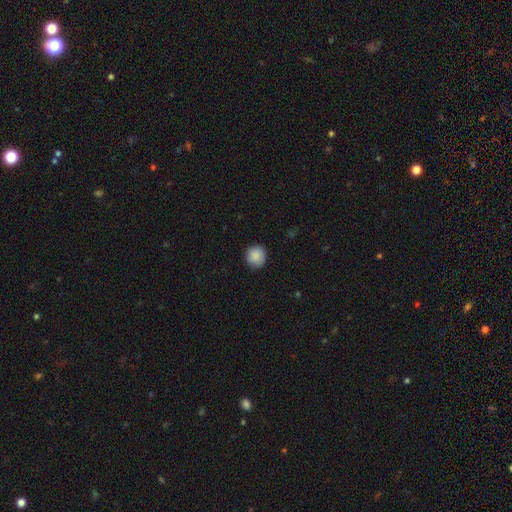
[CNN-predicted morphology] Smooth or featured: smooth — 88% (star or artifact — 8%)
How rounded: round — 91% (in between — 8%)
Merging: none — 87% (minor disturbance — 10%)